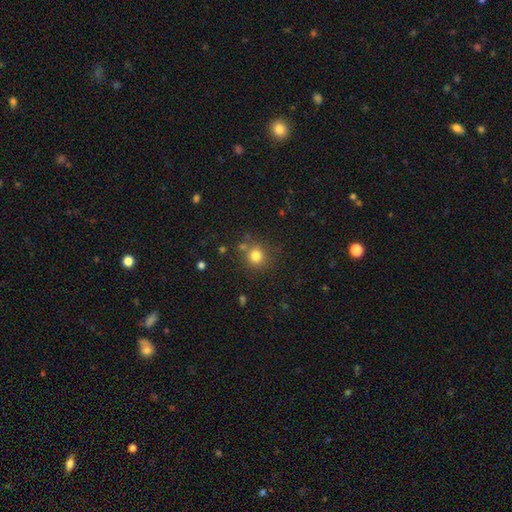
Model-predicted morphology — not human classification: Overall: smooth (79%). How rounded: round (90%). Merging: none (77%).